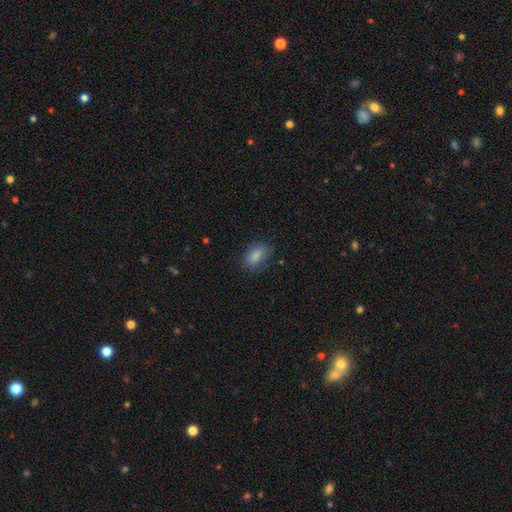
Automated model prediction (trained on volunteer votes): A smooth galaxy with no disk features (85%) that is in between round and cigar-shaped (88%). Merging: none (76%).